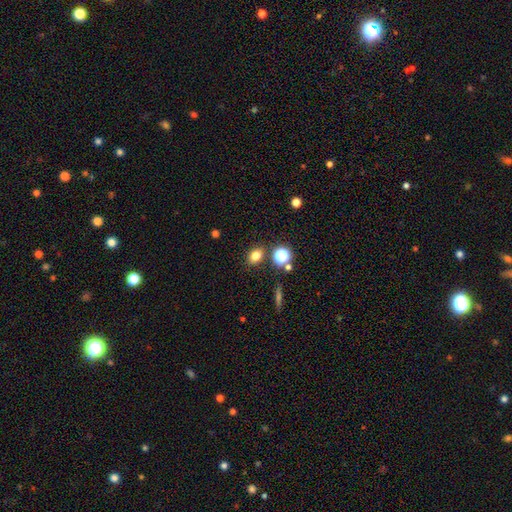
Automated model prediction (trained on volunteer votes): This appears to be a smooth galaxy with no disk features (77%) that is in between round and cigar-shaped (63%). Merging: none (82%).